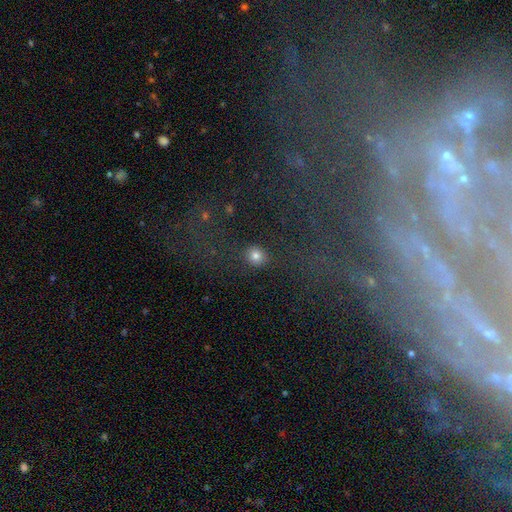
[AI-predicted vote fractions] This is likely a smooth galaxy (80%). How rounded: clearly round (84%). Merging: clearly none (88%).